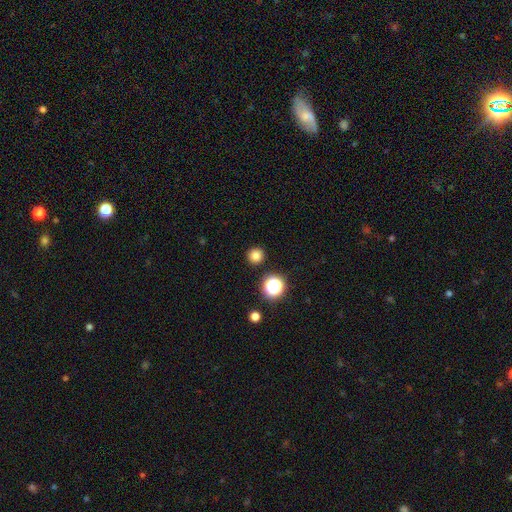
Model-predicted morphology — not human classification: Overall: smooth (80%). How rounded: round (95%). Merging: none (91%).